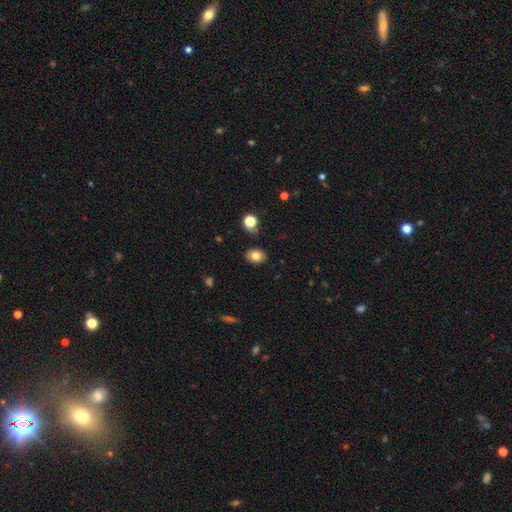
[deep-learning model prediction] Smooth or featured: smooth — 78% (featured or disk — 11%)
How rounded: in between — 69% (round — 30%)
Merging: none — 84% (minor disturbance — 11%)